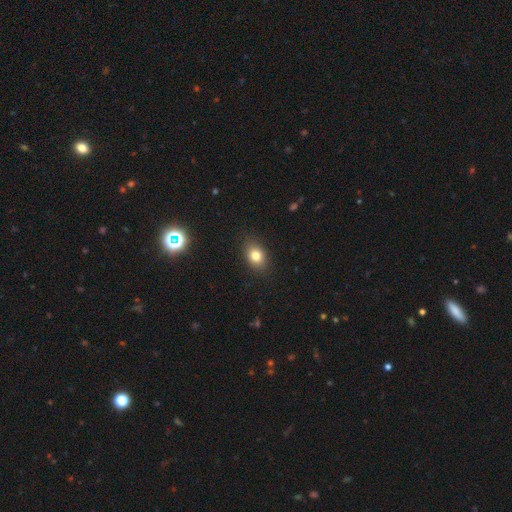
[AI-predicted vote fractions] smooth 81%, star or artifact 11%, featured or disk 8%. Down the decision tree: how rounded — in between (69%); merging — none (87%).